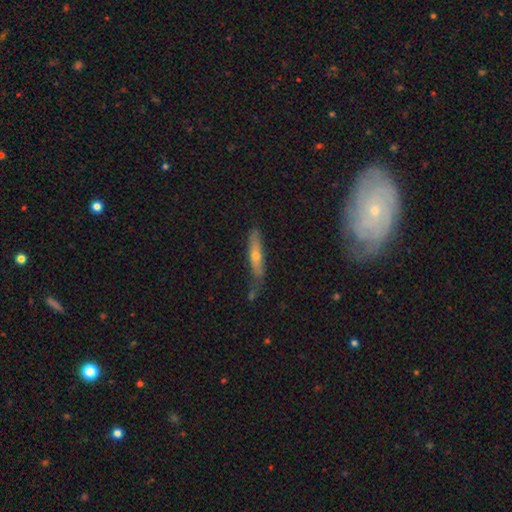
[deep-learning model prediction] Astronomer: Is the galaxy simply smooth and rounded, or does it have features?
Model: featured or disk — 49% (runner-up: smooth, 44%).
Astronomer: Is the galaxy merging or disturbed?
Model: none — 66%.